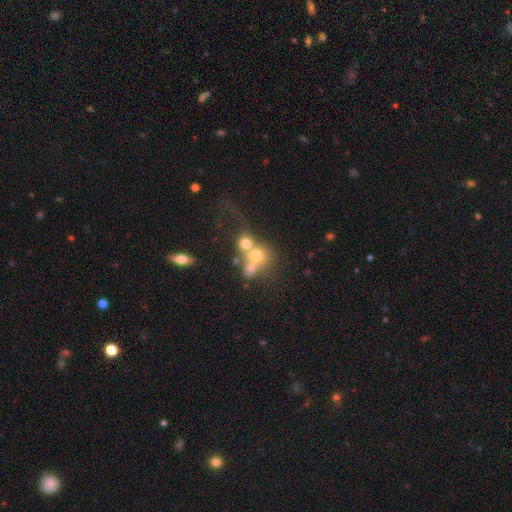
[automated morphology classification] The model was most divided on "smooth or featured": smooth: 57%, featured or disk: 28%, star or artifact: 15%. More confident: how rounded — round (71%); merging — merger (62%).